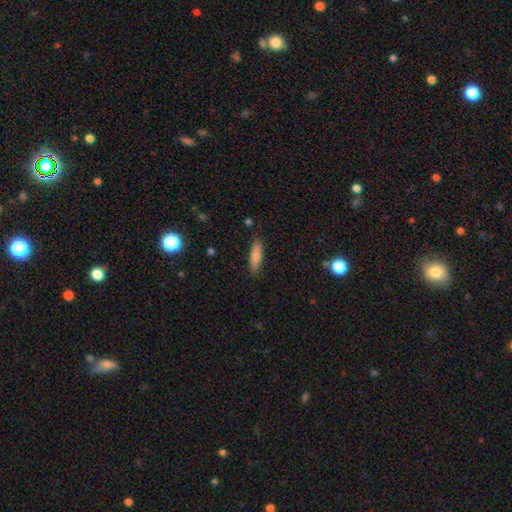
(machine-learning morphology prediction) Smooth or featured?
  - smooth: 80% *
  - featured or disk: 13%
  - star or artifact: 7%
How rounded?
  - cigar-shaped: 58% *
  - in between: 40%
  - round: 2%
Merging?
  - none: 85% *
  - minor disturbance: 11%
  - major disturbance: 2%
  - merger: 2%